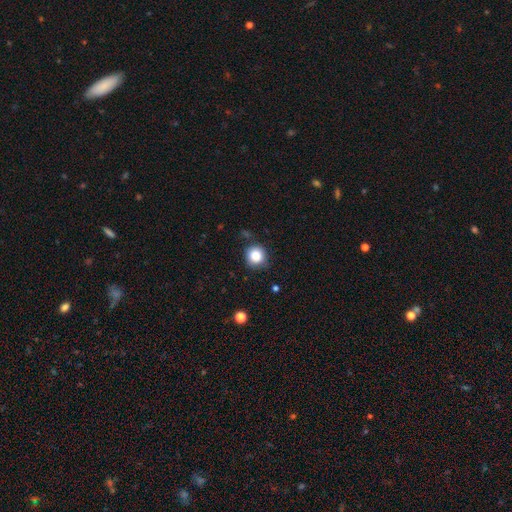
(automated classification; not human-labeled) Smooth or featured? Predicted: smooth (p=0.86). How rounded? Predicted: round (p=0.90). Merging? Predicted: none (p=0.80).